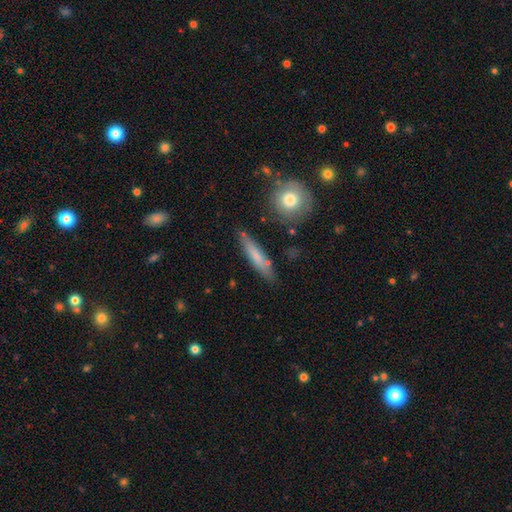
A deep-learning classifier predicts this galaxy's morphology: This appears to be a smooth galaxy with no disk features (69%) that is cigar-shaped (86%). Merging: none (82%).